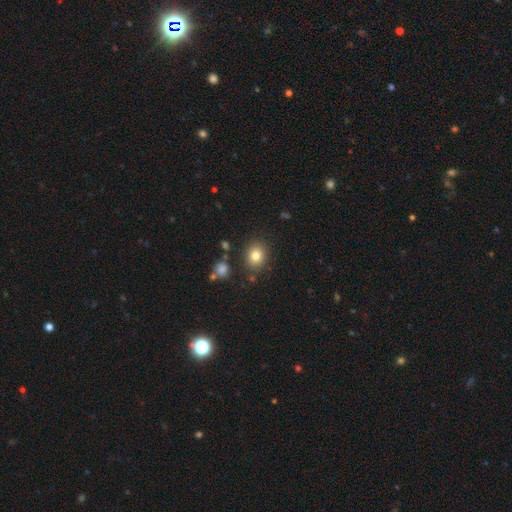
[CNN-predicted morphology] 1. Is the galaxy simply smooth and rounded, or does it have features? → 82% smooth, 11% star or artifact, 7% featured or disk.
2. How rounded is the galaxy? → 60% round, 40% in between, 1% cigar-shaped.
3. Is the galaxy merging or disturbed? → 84% none, 10% minor disturbance, 4% merger, 3% major disturbance.